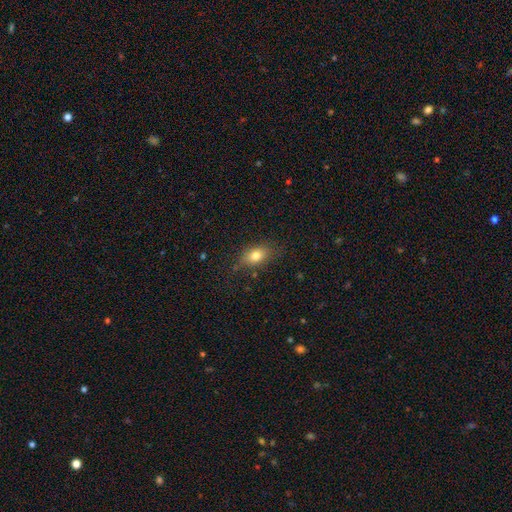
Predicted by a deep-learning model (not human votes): A smooth galaxy with no disk features (79%) that is in between round and cigar-shaped (83%). Merging: none (79%).